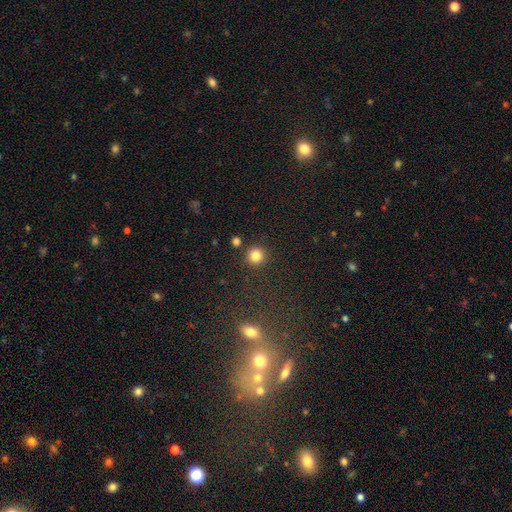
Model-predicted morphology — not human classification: Q: Smooth or featured?
A: smooth (83%); runner-up: star or artifact (13%)
Q: How rounded?
A: round (94%); runner-up: in between (5%)
Q: Merging?
A: none (87%); runner-up: minor disturbance (6%)